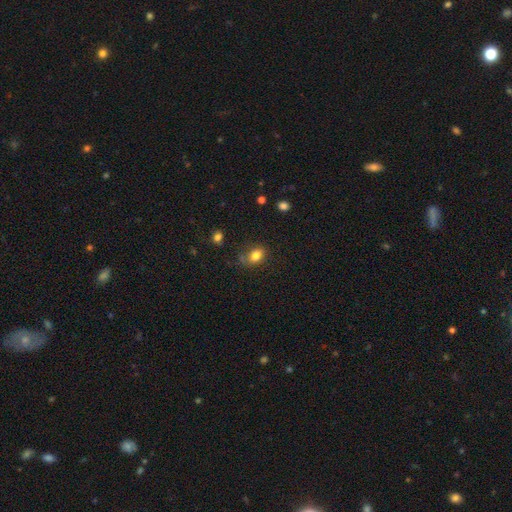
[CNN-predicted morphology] This appears to be a smooth galaxy with no disk features (81%) that is in between round and cigar-shaped (75%). Merging: none (65%).